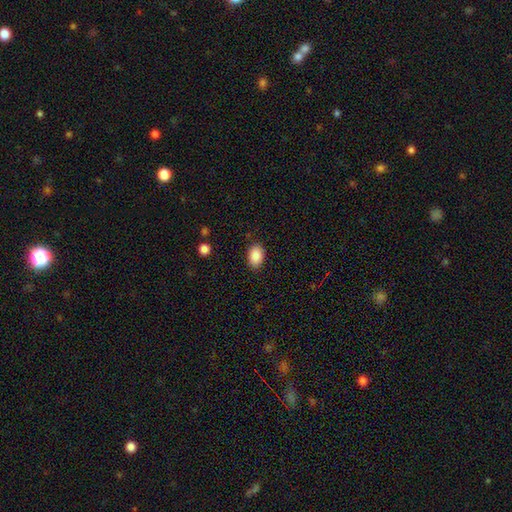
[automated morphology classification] Overall: smooth (89%). How rounded: in between (84%). Merging: none (86%).